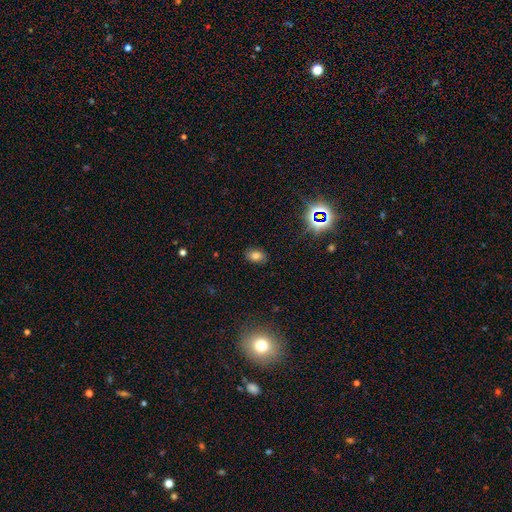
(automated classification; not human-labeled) A smooth galaxy with no disk features (76%) that is in between round and cigar-shaped (81%).

Vote fractions:
- Smooth or featured? smooth: 76% / star or artifact: 16% / featured or disk: 9%
- How rounded? in between: 81% / round: 18% / cigar-shaped: 1%
- Merging? none: 84% / minor disturbance: 11% / major disturbance: 3% / merger: 1%